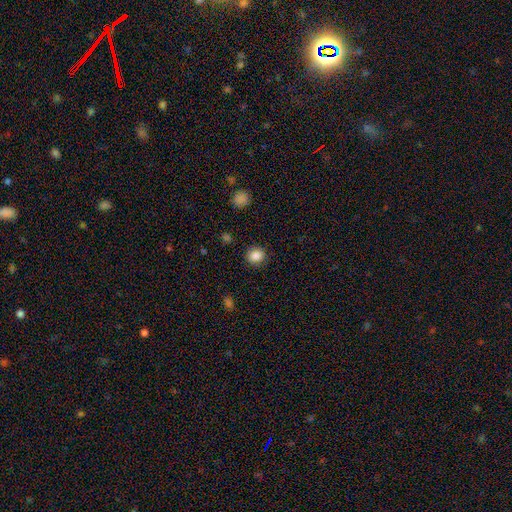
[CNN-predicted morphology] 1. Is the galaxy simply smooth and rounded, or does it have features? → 86% smooth, 10% star or artifact, 3% featured or disk.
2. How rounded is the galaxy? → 84% round, 15% in between, 1% cigar-shaped.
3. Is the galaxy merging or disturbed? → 89% none, 7% minor disturbance, 3% major disturbance, 1% merger.